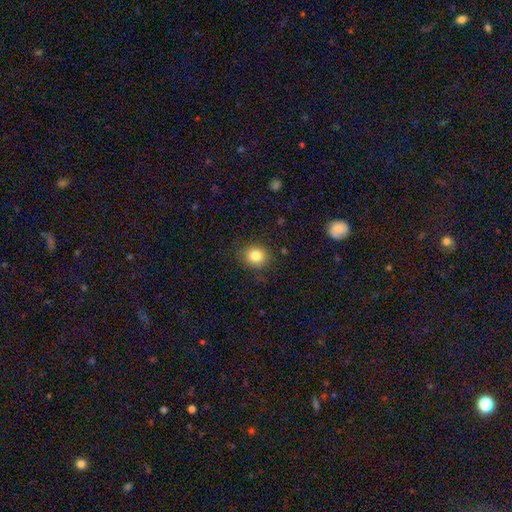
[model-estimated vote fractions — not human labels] Q: Smooth or featured?
A: smooth (82%); runner-up: star or artifact (11%)
Q: How rounded?
A: round (81%); runner-up: in between (18%)
Q: Merging?
A: none (86%); runner-up: minor disturbance (10%)